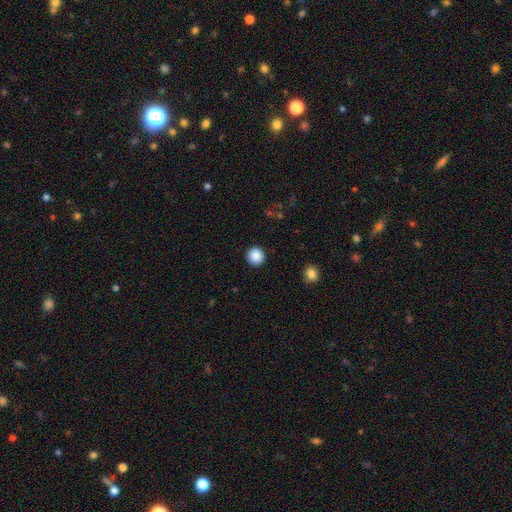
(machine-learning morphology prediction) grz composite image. It shows a smooth galaxy with no disk features (88%) that is round (95%). Merging: none (93%).